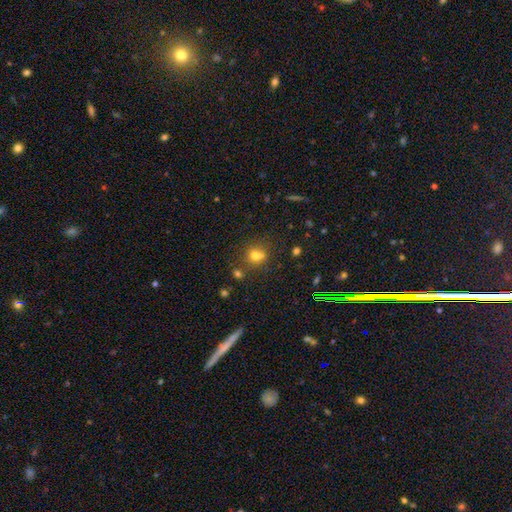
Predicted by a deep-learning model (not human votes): Q: Smooth or featured?
A: smooth (70%); runner-up: star or artifact (18%)
Q: How rounded?
A: round (70%); runner-up: in between (28%)
Q: Merging?
A: none (57%); runner-up: merger (23%)